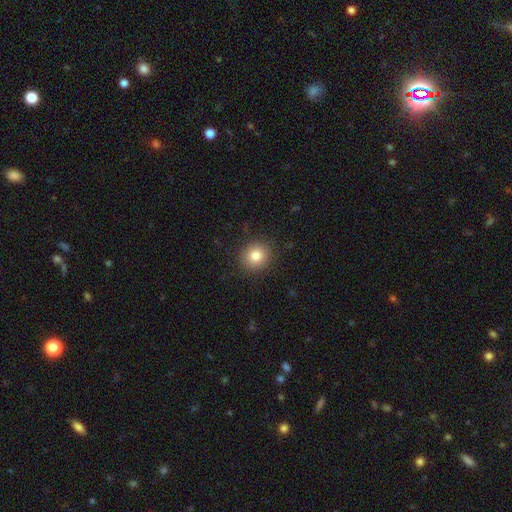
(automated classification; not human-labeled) Overall: smooth (82%). How rounded: round (88%). Merging: none (90%).